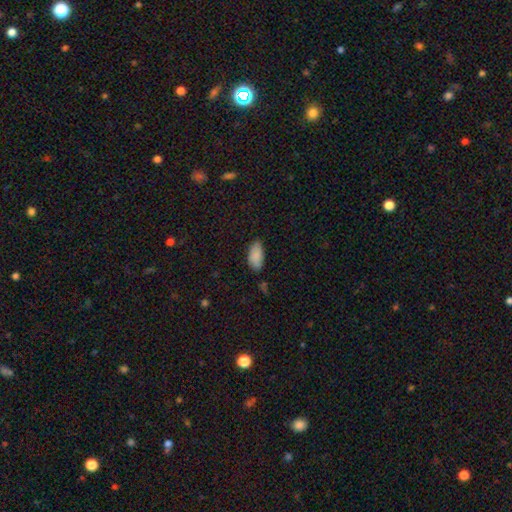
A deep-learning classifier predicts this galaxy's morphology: A smooth galaxy with no disk features (87%) that is in between round and cigar-shaped (92%).

Vote fractions:
- Smooth or featured? smooth: 87% / star or artifact: 8% / featured or disk: 5%
- How rounded? in between: 92% / cigar-shaped: 6% / round: 2%
- Merging? none: 70% / minor disturbance: 24% / major disturbance: 4% / merger: 2%